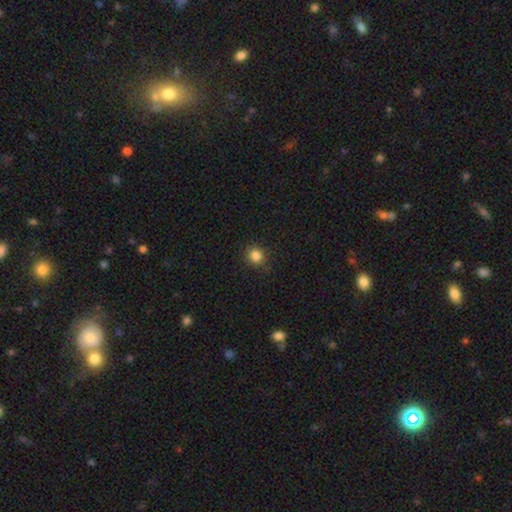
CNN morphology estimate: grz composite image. It shows a smooth galaxy with no disk features (84%) that is round (87%). Merging: none (88%).